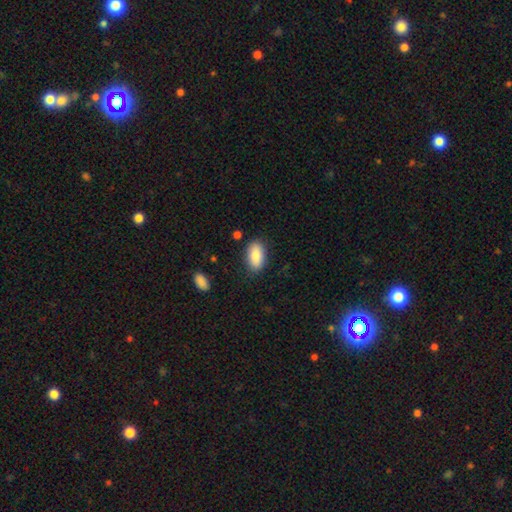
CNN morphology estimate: smooth-or-featured: smooth: 84% | featured or disk: 9% | star or artifact: 7%
  how-rounded: in between: 92% | cigar-shaped: 4% | round: 4%
  merging: none: 83% | minor disturbance: 12% | major disturbance: 3% | merger: 2%